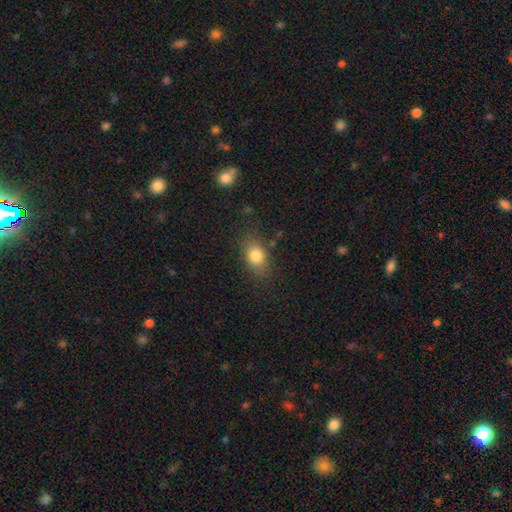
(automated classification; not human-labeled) Overall: smooth (81%). How rounded: in between (70%). Merging: none (79%).